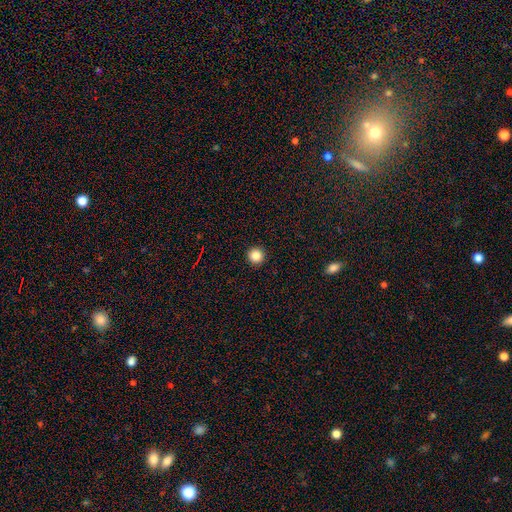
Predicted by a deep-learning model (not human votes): This is clearly a smooth galaxy (85%). How rounded: clearly round (96%). Merging: clearly none (94%).